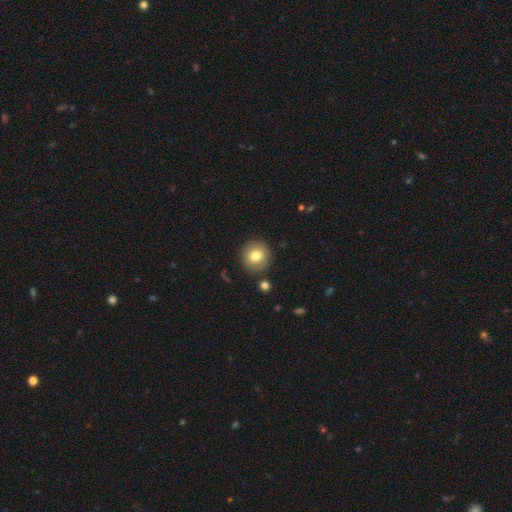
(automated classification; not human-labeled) Morphology: type=smooth (78%); roundness=round (91%); merging=none (88%).